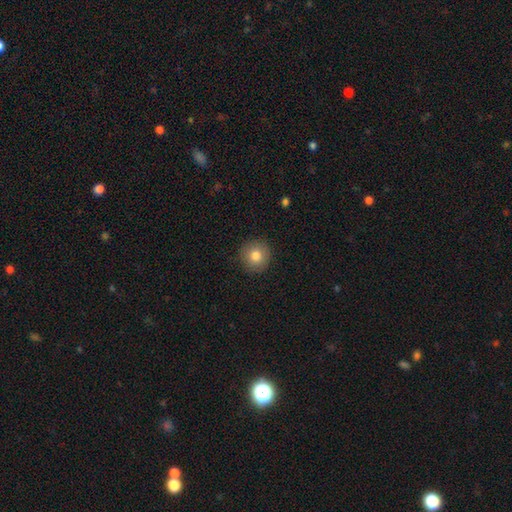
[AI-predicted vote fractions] Smooth or featured?
  - smooth: 81% *
  - star or artifact: 10%
  - featured or disk: 9%
How rounded?
  - round: 94% *
  - in between: 5%
  - cigar-shaped: 1%
Merging?
  - none: 90% *
  - minor disturbance: 7%
  - major disturbance: 2%
  - merger: 1%